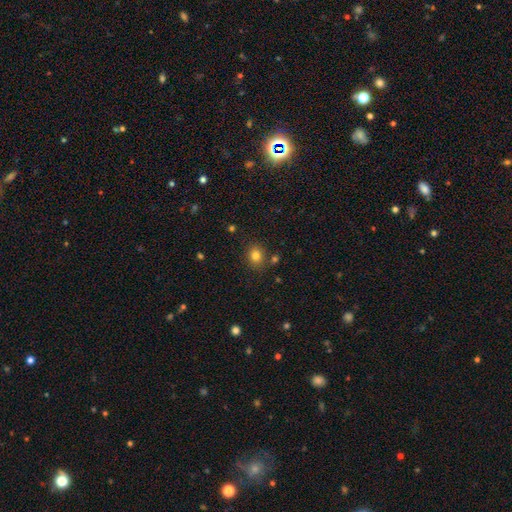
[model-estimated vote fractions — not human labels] This appears to be a smooth galaxy with no disk features (81%) that is round (64%). Merging: none (82%).